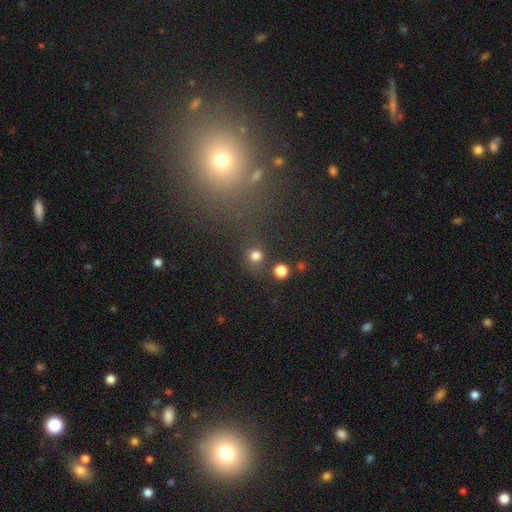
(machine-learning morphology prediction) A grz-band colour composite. It shows a smooth galaxy with no disk features (79%) that is round (91%). Merging: none (77%).